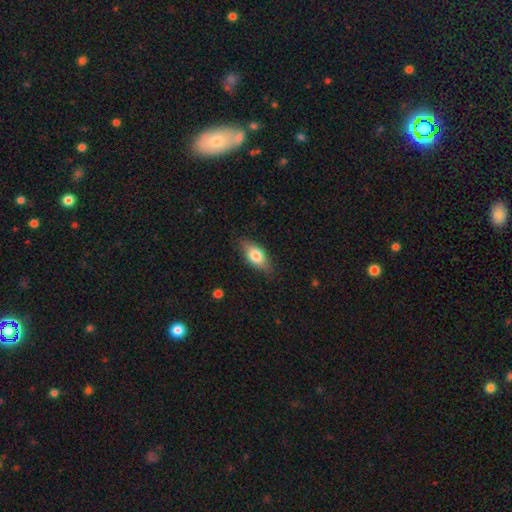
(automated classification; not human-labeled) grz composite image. It shows a smooth galaxy with no disk features (74%) that is in between round and cigar-shaped (85%). Merging: none (80%).